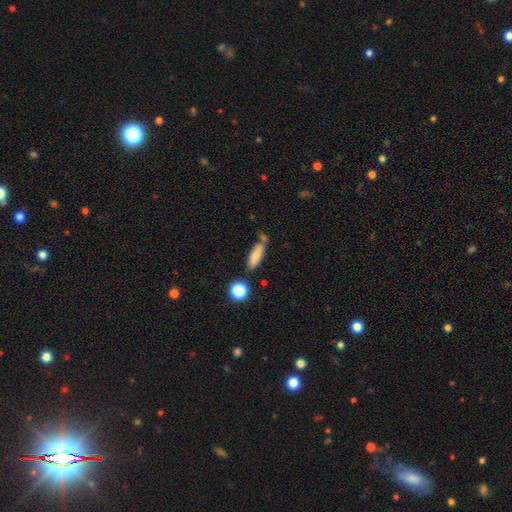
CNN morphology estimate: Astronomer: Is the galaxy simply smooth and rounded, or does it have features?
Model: smooth — 79%.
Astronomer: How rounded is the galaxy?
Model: in between — 54% (runner-up: cigar-shaped, 42%).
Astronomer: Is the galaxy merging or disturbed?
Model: none — 59%.